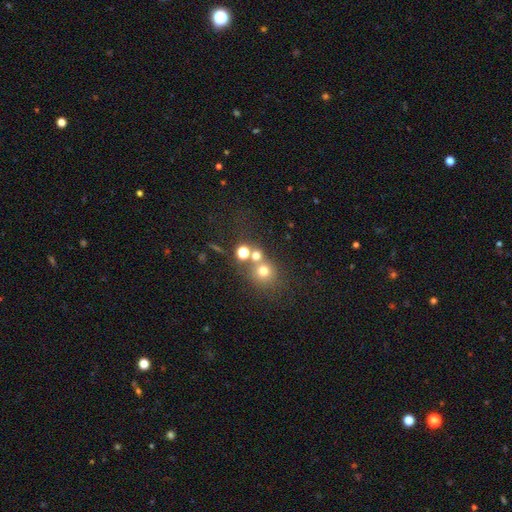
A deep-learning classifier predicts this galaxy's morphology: Smooth or featured?
  - smooth: 65% *
  - star or artifact: 22%
  - featured or disk: 13%
How rounded?
  - round: 85% *
  - in between: 14%
  - cigar-shaped: 1%
Merging?
  - none: 56% *
  - merger: 32%
  - minor disturbance: 8%
  - major disturbance: 5%